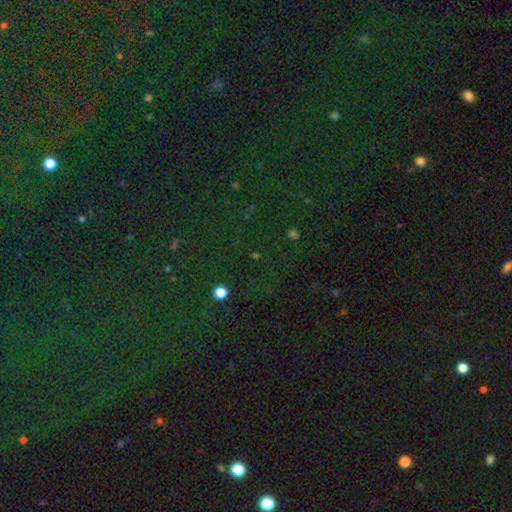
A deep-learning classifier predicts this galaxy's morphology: Smooth or featured: star or artifact — 68% (smooth — 24%)